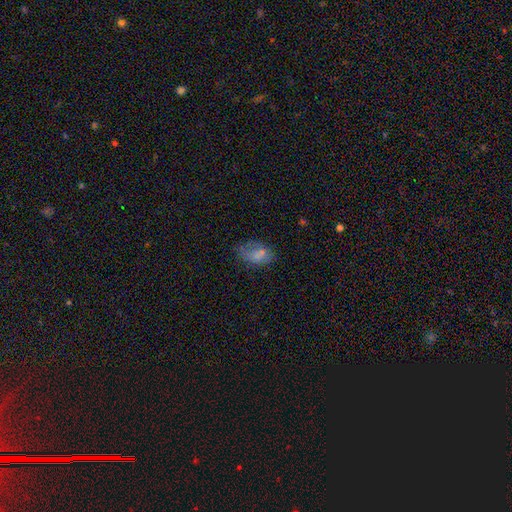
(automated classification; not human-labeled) Smooth or featured: smooth — 66% (featured or disk — 22%)
How rounded: in between — 89% (round — 9%)
Merging: none — 43% (minor disturbance — 29%)